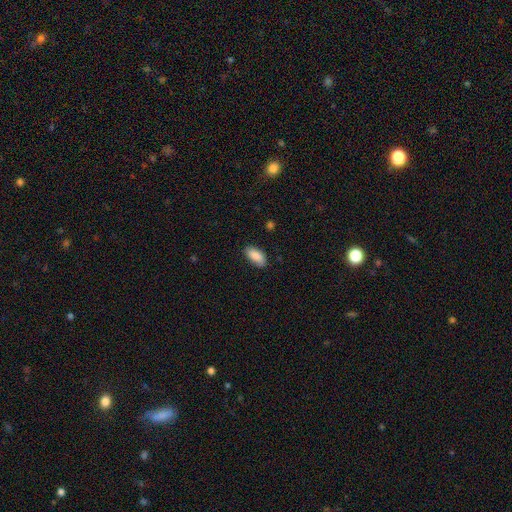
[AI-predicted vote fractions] smooth-or-featured: smooth: 87% | featured or disk: 7% | star or artifact: 6%
  how-rounded: in between: 93% | cigar-shaped: 5% | round: 2%
  merging: none: 82% | minor disturbance: 14% | major disturbance: 2% | merger: 1%